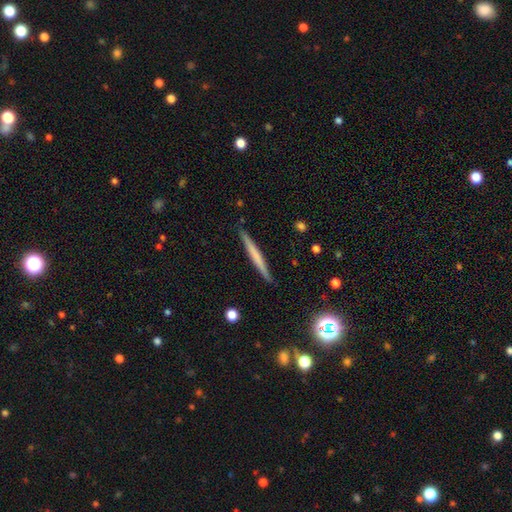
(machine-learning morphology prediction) smooth-or-featured: smooth: 51% | featured or disk: 42% | star or artifact: 6%
  how-rounded: cigar-shaped: 97% | in between: 2% | round: 1%
  merging: none: 90% | minor disturbance: 7% | major disturbance: 1% | merger: 1%